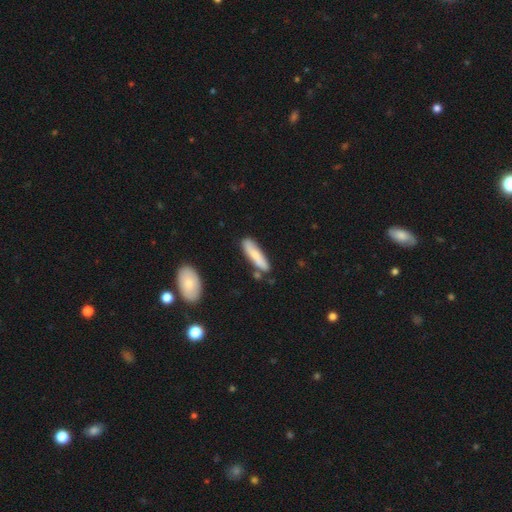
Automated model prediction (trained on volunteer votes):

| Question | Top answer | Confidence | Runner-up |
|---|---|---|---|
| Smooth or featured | smooth | 75% | featured or disk (19%) |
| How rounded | cigar-shaped | 74% | in between (24%) |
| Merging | none | 76% | minor disturbance (15%) |